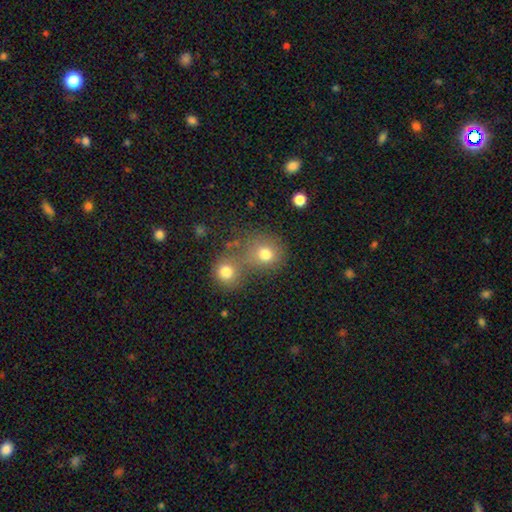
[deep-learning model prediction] Overall: smooth (66%). How rounded: round (84%). Merging: none (45%; merger 44%).